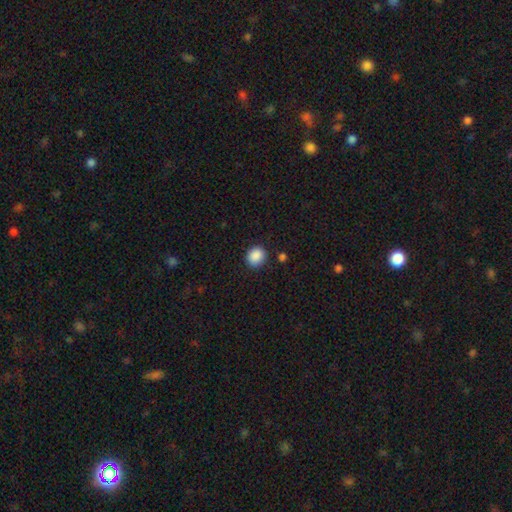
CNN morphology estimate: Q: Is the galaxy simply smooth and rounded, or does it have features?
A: smooth — 88%.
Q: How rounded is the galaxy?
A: round — 80%.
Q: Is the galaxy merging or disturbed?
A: none — 87%.